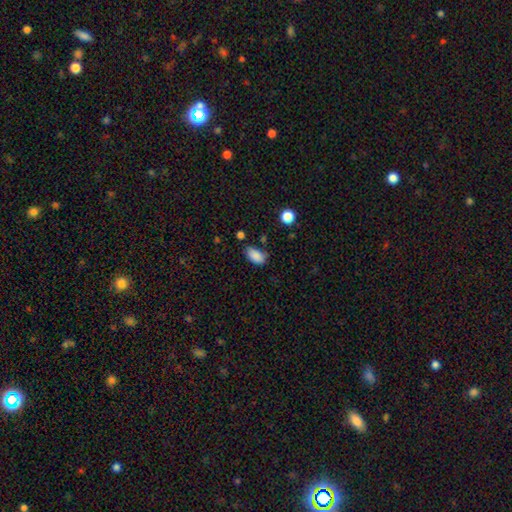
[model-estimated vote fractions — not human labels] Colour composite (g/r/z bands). It shows a smooth galaxy with no disk features (86%) that is in between round and cigar-shaped (92%). Merging: none (65%).